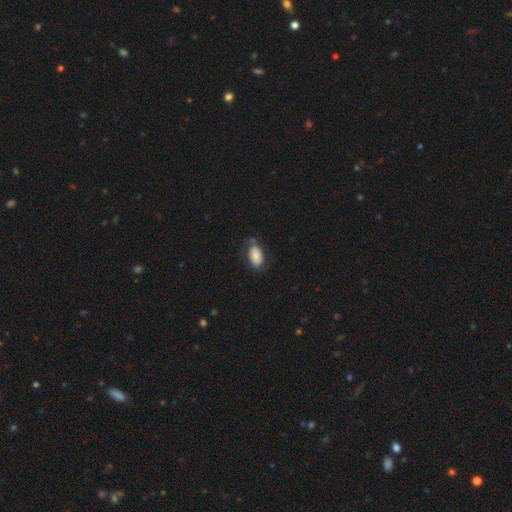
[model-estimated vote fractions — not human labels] smooth 68%, featured or disk 24%, star or artifact 7%. Down the decision tree: how rounded — in between (92%); merging — none (60%).